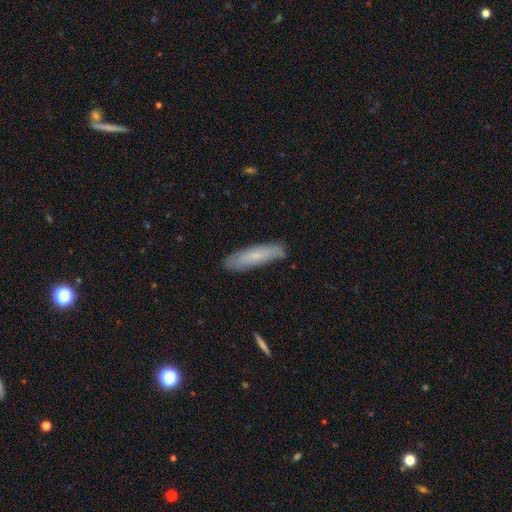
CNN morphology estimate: Smooth or featured? Predicted: smooth (p=0.68). How rounded? Predicted: cigar-shaped (p=0.71). Merging? Predicted: none (p=0.84).